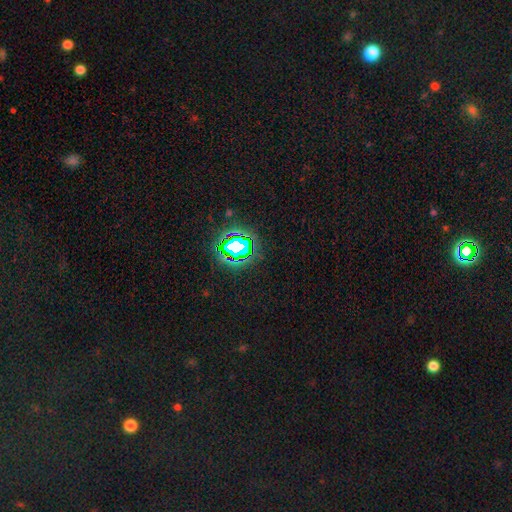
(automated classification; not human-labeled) Q: Smooth or featured?
A: star or artifact (75%); runner-up: smooth (17%)